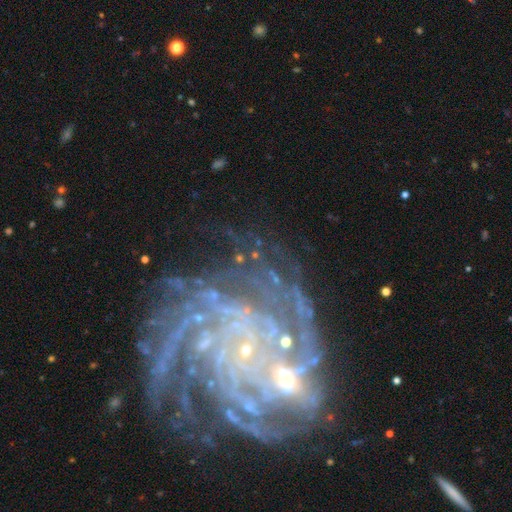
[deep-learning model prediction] Smooth or featured? Predicted: featured or disk (p=0.80). Edge-on disk? Predicted: no (p=0.96). Bar? Predicted: no (p=0.57). Spiral arms? Predicted: yes (p=0.95). Spiral winding? Predicted: tight (p=0.74). Spiral arm count? Predicted: can't tell (p=0.25). Bulge size? Predicted: small (p=0.81). Merging? Predicted: none (p=0.70).